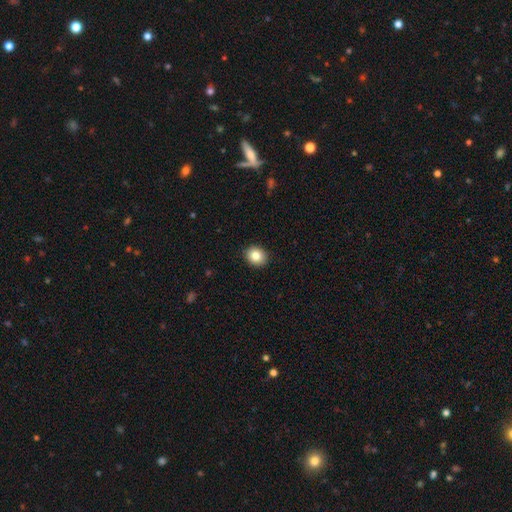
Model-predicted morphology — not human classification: This is clearly a smooth galaxy (84%). How rounded: likely round (67%). Merging: clearly none (91%).